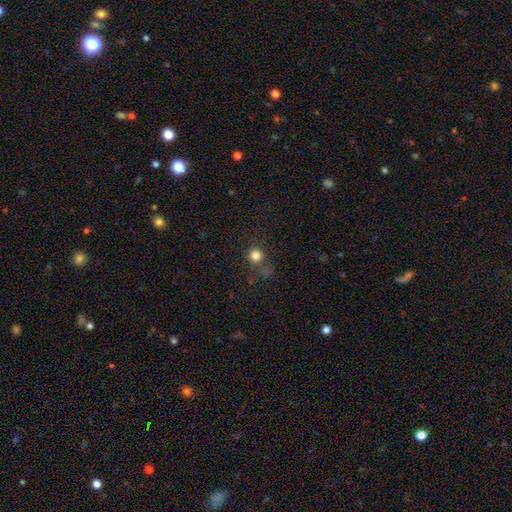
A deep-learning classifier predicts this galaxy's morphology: smooth 79%, star or artifact 15%, featured or disk 6%. Down the decision tree: how rounded — round (92%); merging — none (74%).